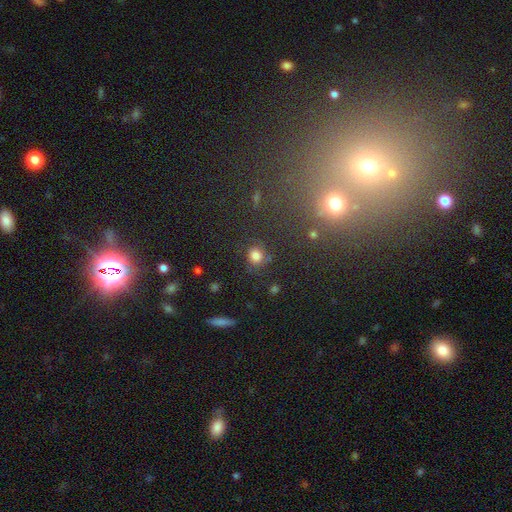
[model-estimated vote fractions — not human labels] smooth 75%, star or artifact 15%, featured or disk 10%. Down the decision tree: how rounded — round (82%); merging — none (74%).